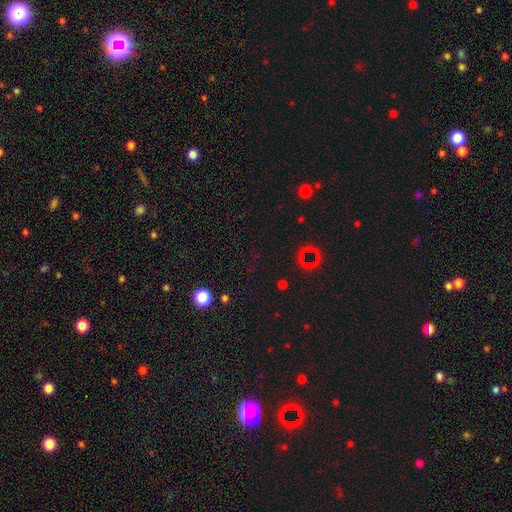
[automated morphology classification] The model was most divided on "smooth or featured": star or artifact: 66%, smooth: 24%, featured or disk: 10%.